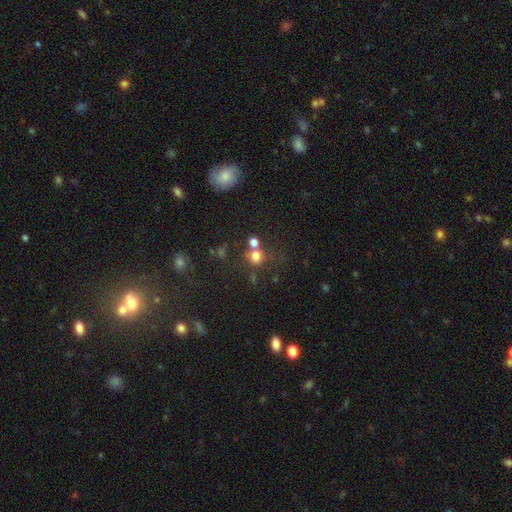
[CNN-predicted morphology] This is likely a smooth galaxy (71%). How rounded: clearly round (83%). Merging: possibly none (54%).